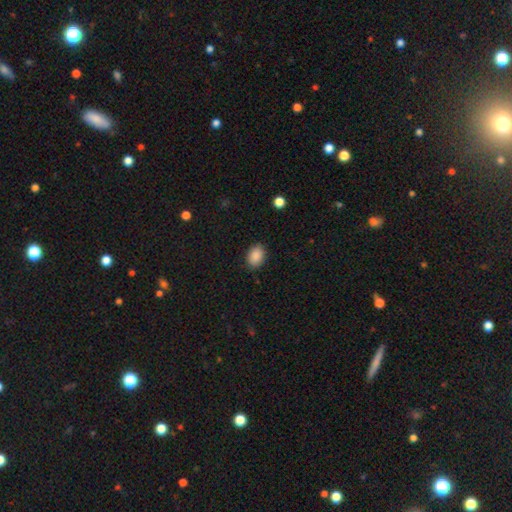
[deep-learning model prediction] Smooth or featured: smooth — 89% (star or artifact — 8%)
How rounded: in between — 78% (round — 21%)
Merging: none — 88% (minor disturbance — 9%)